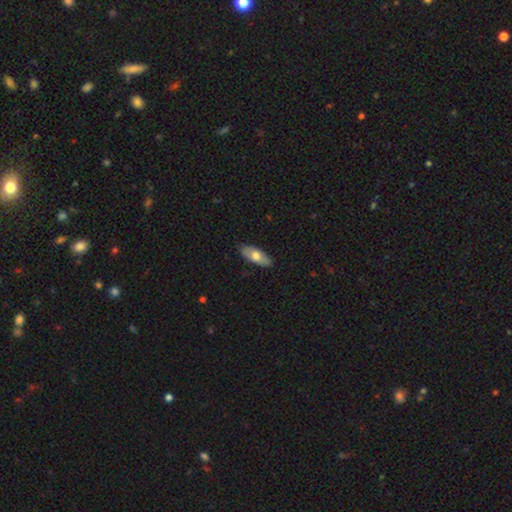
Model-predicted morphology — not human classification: A smooth galaxy with no disk features (66%) that is in between round and cigar-shaped (80%). Merging: none (87%).